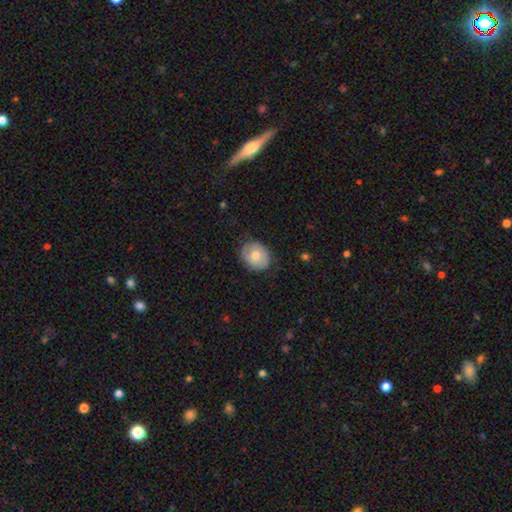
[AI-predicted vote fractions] This is likely a smooth galaxy (65%). How rounded: possibly round (52%). Merging: likely none (80%).